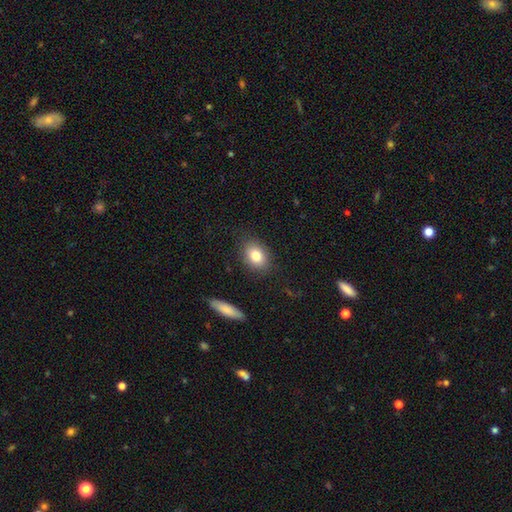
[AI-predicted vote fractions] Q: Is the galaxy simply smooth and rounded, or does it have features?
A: smooth — 81%.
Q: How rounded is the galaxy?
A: in between — 70%.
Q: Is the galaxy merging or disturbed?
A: none — 84%.